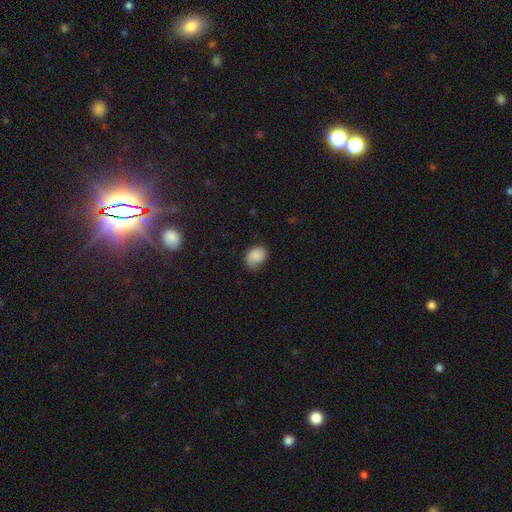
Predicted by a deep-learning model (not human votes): Smooth or featured?
  - smooth: 82% *
  - featured or disk: 10%
  - star or artifact: 8%
How rounded?
  - in between: 64% *
  - round: 35%
  - cigar-shaped: 1%
Merging?
  - none: 51% *
  - minor disturbance: 35%
  - major disturbance: 12%
  - merger: 2%